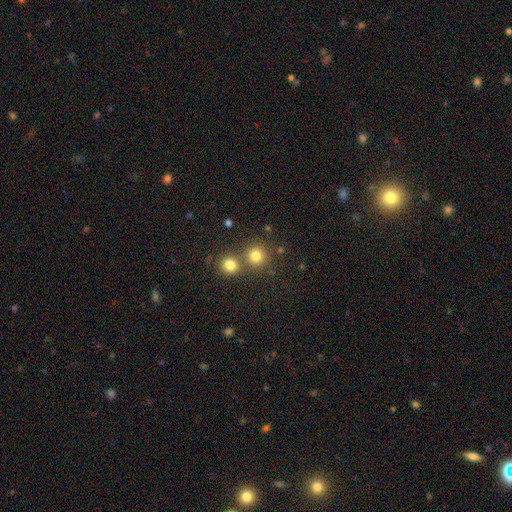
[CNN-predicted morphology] A smooth galaxy with no disk features (79%) that is round (91%).

Vote fractions:
- Smooth or featured? smooth: 79% / star or artifact: 15% / featured or disk: 7%
- How rounded? round: 91% / in between: 9% / cigar-shaped: 1%
- Merging? none: 66% / merger: 25% / minor disturbance: 7% / major disturbance: 3%